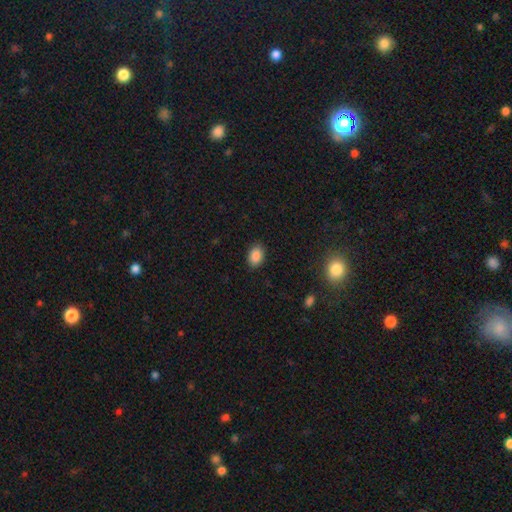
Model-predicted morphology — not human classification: smooth 88%, star or artifact 8%, featured or disk 3%. Down the decision tree: how rounded — in between (83%); merging — none (88%).